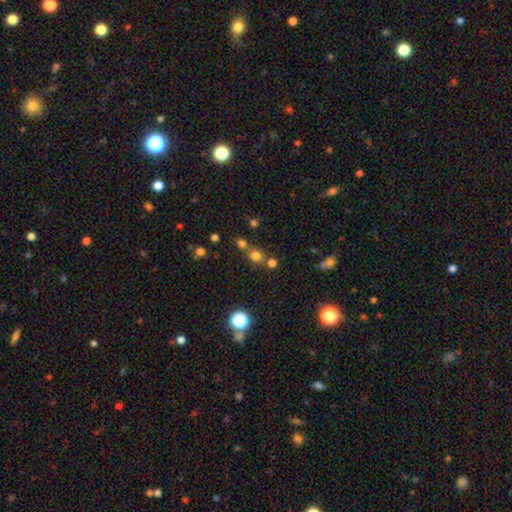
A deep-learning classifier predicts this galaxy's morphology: Smooth or featured: smooth — 72% (star or artifact — 21%)
How rounded: round — 82% (in between — 17%)
Merging: none — 62% (merger — 26%)